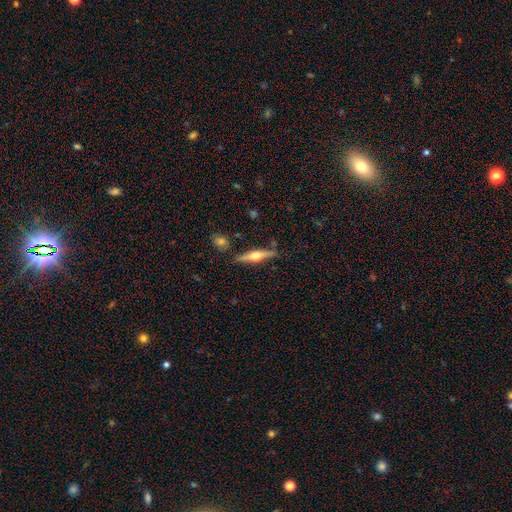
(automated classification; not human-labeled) Smooth or featured: featured or disk — 67% (smooth — 27%)
Edge-on disk: yes — 97% (no — 3%)
Edge-on bulge: rounded — 95% (boxy — 3%)
Merging: none — 83% (minor disturbance — 11%)